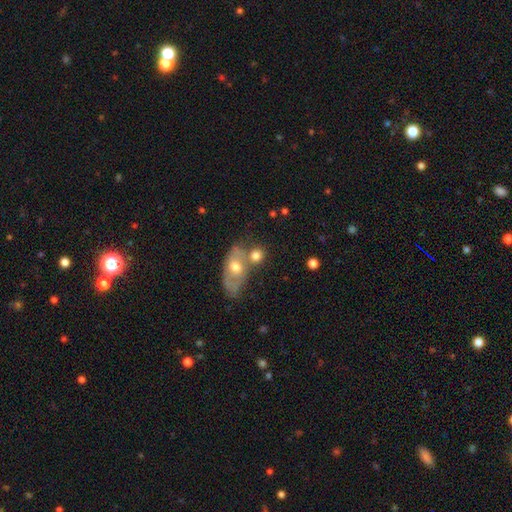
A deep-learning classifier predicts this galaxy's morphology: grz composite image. It shows a smooth galaxy with no disk features (71%) that is round (61%). Merging: none (44%).